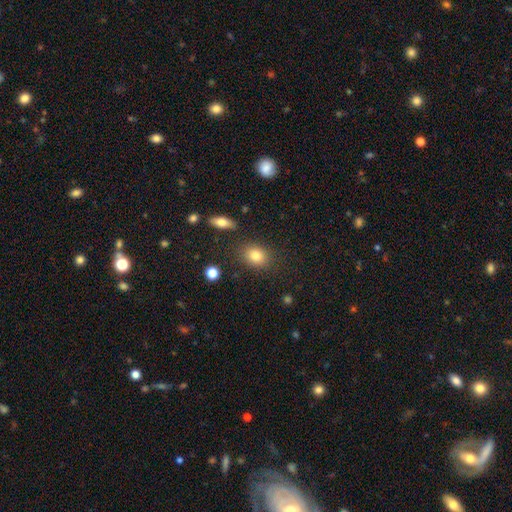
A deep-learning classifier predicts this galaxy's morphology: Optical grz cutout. It shows a smooth galaxy with no disk features (82%) that is in between round and cigar-shaped (54%). Merging: none (81%).